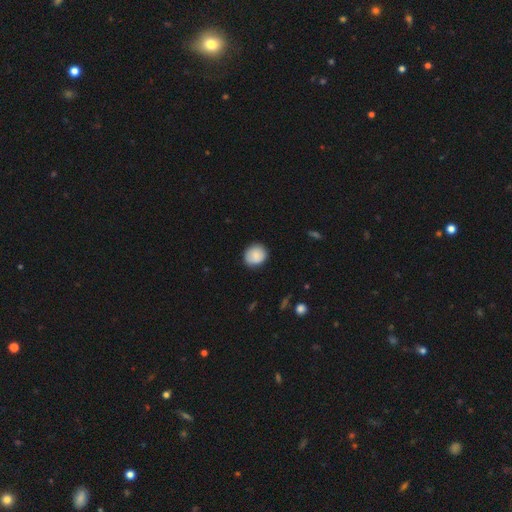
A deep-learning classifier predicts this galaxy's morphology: Smooth or featured: smooth — 82% (featured or disk — 10%)
How rounded: round — 85% (in between — 14%)
Merging: none — 84% (minor disturbance — 12%)